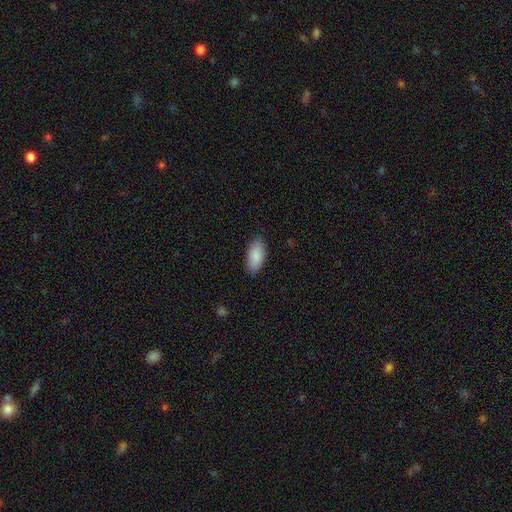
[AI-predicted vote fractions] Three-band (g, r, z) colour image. It shows a smooth galaxy with no disk features (88%) that is in between round and cigar-shaped (91%). Merging: none (86%).